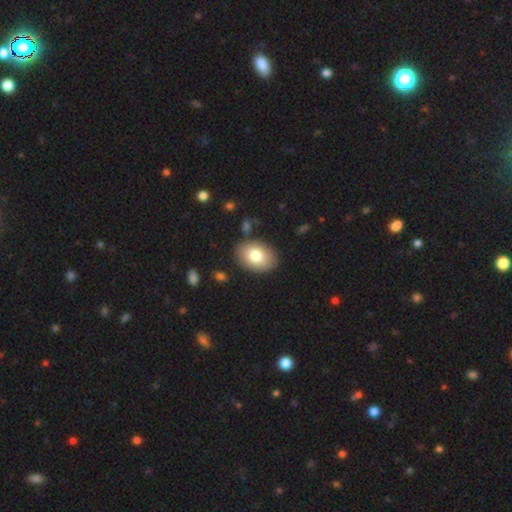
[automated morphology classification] smooth_or_featured: smooth (p=0.80) [alt: featured or disk p=0.13]
how_rounded: in between (p=0.79) [alt: round p=0.20]
merging: none (p=0.86) [alt: minor disturbance p=0.09]